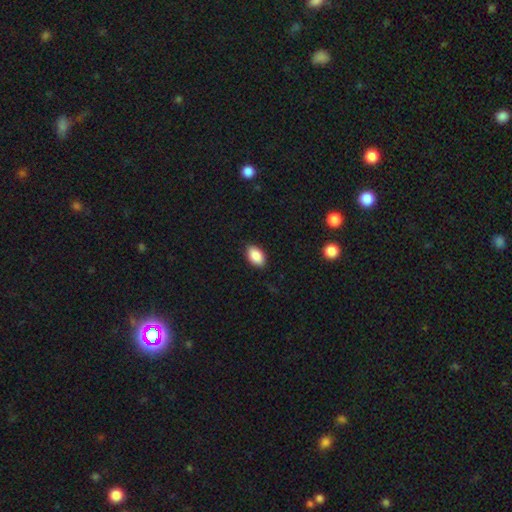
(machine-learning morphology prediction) A smooth galaxy with no disk features (88%) that is in between round and cigar-shaped (93%). Merging: none (86%).